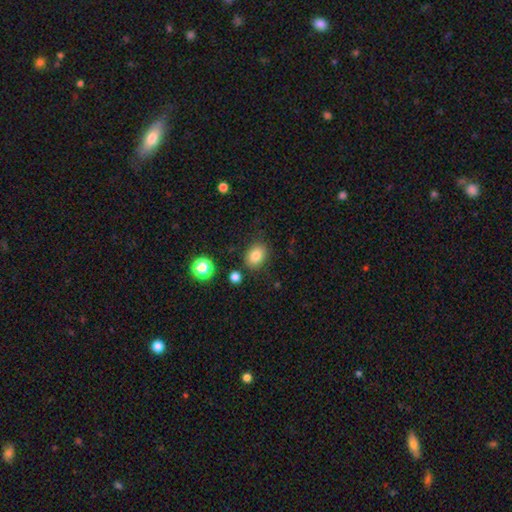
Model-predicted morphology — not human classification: smooth 82%, star or artifact 11%, featured or disk 7%. Down the decision tree: how rounded — in between (61%); merging — none (81%).